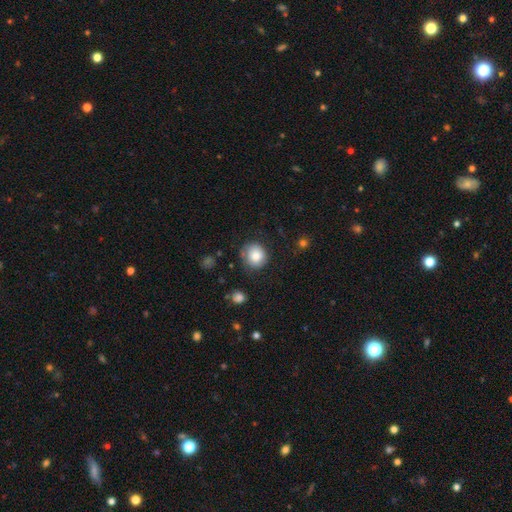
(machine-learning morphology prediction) Smooth or featured? Predicted: smooth (p=0.79). How rounded? Predicted: round (p=0.84). Merging? Predicted: none (p=0.70).